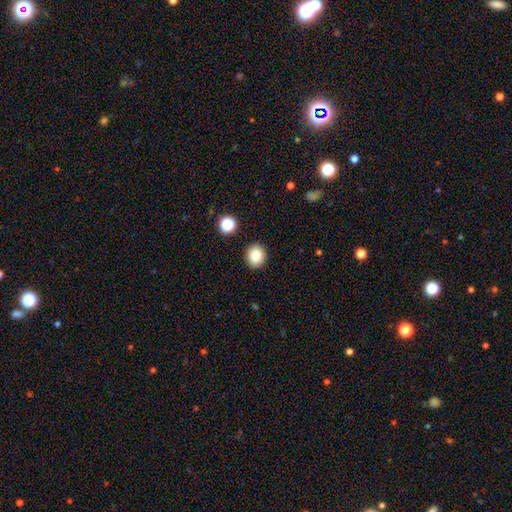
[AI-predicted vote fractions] Smooth or featured?
  - smooth: 83% *
  - star or artifact: 11%
  - featured or disk: 7%
How rounded?
  - round: 77% *
  - in between: 22%
  - cigar-shaped: 1%
Merging?
  - none: 90% *
  - minor disturbance: 6%
  - merger: 2%
  - major disturbance: 2%